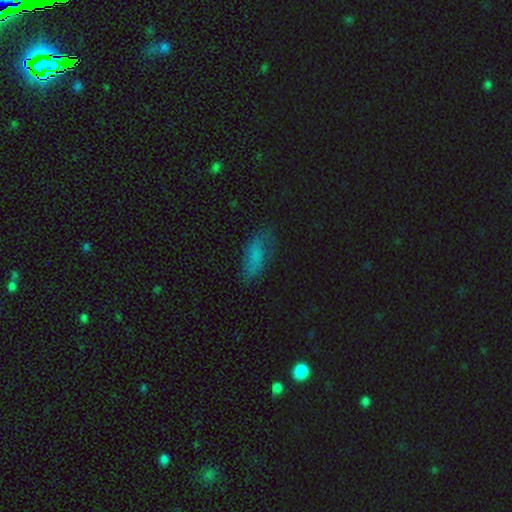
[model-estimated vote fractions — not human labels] The model was most divided on "merging": none: 63%, minor disturbance: 25%, major disturbance: 10%, merger: 2%. More confident: how rounded — in between (80%); smooth or featured — smooth (67%).